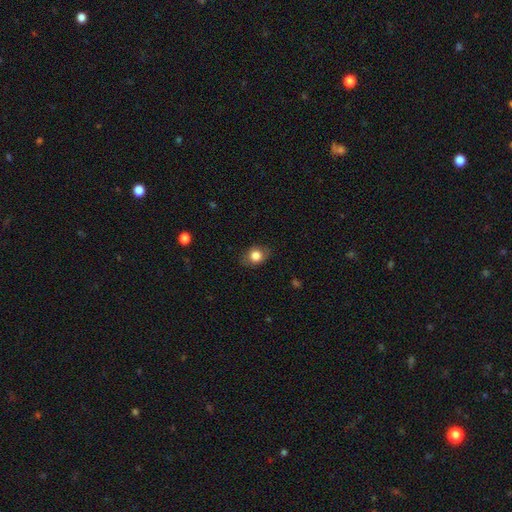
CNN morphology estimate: smooth 80%, featured or disk 11%, star or artifact 9%. Down the decision tree: how rounded — in between (53%); merging — none (80%).